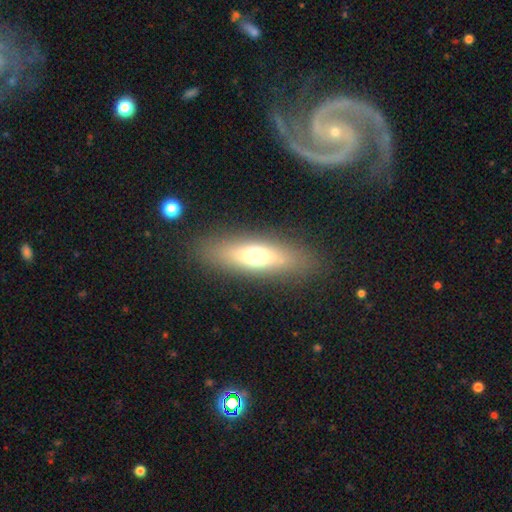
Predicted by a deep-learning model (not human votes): smooth-or-featured: smooth: 60% | featured or disk: 32% | star or artifact: 8%
  how-rounded: cigar-shaped: 53% | in between: 44% | round: 3%
  merging: none: 86% | minor disturbance: 9% | major disturbance: 4% | merger: 2%